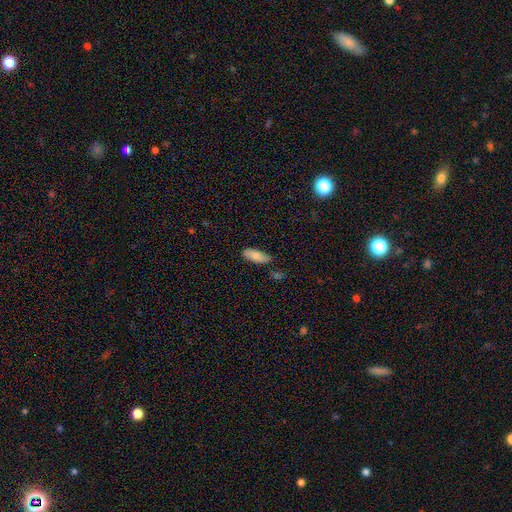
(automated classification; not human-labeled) Smooth or featured? smooth (83%)
How rounded? in between (79%)
Merging? none (76%)